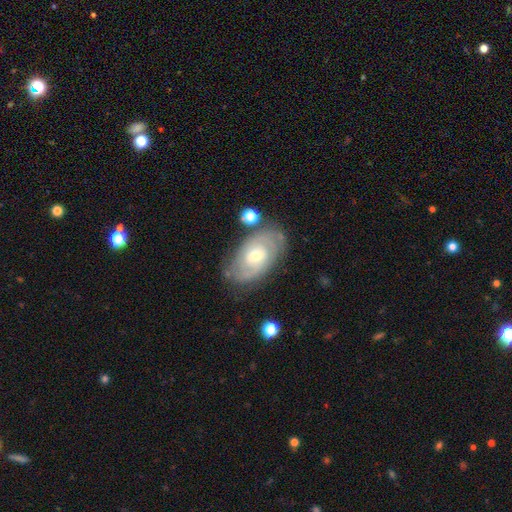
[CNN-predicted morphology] Overall: featured or disk (80%). Edge-on disk: no (95%). Bar: no (49%; weak 42%). Spiral arms: yes (92%). Spiral arm count: 2 (48%; can't tell 30%). Spiral winding: tight (66%; medium 27%). Bulge size: moderate (57%; small 39%). Merging: none (74%).